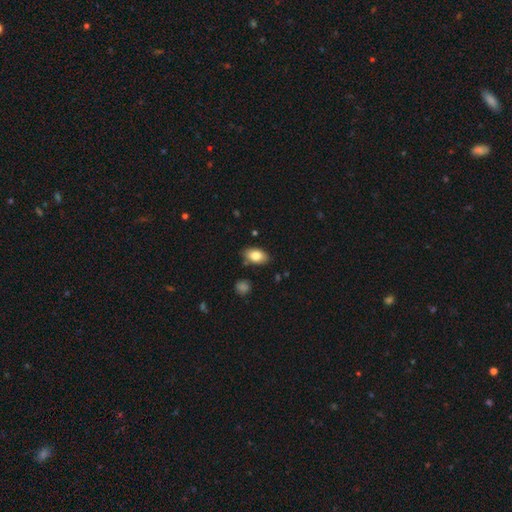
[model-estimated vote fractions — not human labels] Smooth or featured? Predicted: smooth (p=0.81). How rounded? Predicted: in between (p=0.91). Merging? Predicted: none (p=0.82).